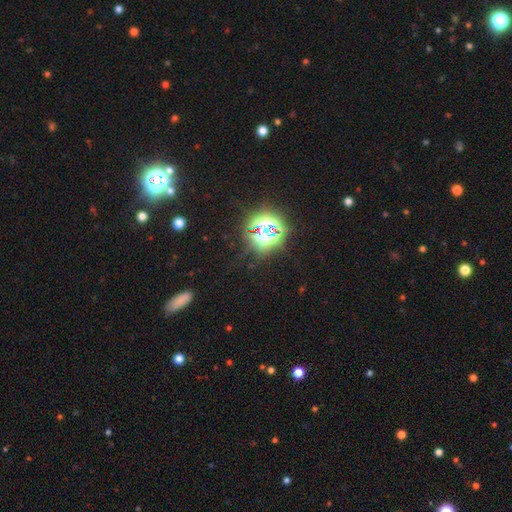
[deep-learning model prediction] Morphology: type=star or artifact (71%).